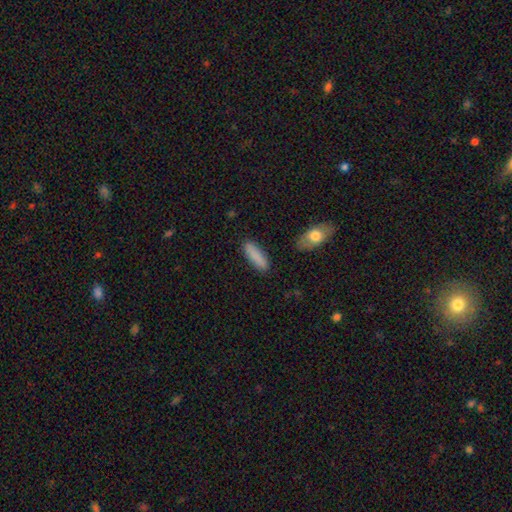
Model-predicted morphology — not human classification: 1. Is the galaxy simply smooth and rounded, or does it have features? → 87% smooth, 7% featured or disk, 6% star or artifact.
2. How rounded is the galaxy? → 60% cigar-shaped, 38% in between, 2% round.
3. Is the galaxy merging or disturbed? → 86% none, 9% minor disturbance, 2% major disturbance, 2% merger.